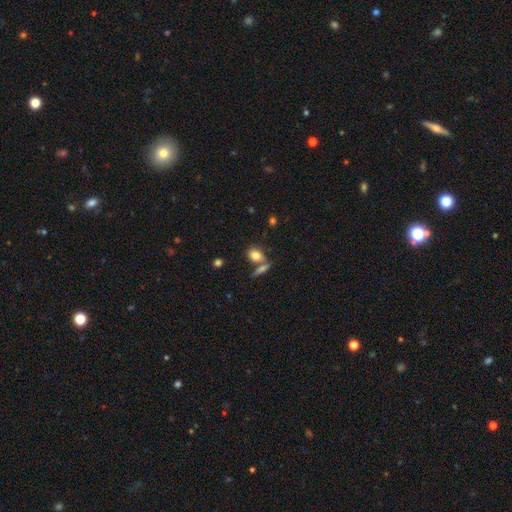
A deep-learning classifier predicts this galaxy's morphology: This appears to be a smooth galaxy with no disk features (79%) that is in between round and cigar-shaped (62%). Merging: none (52%).